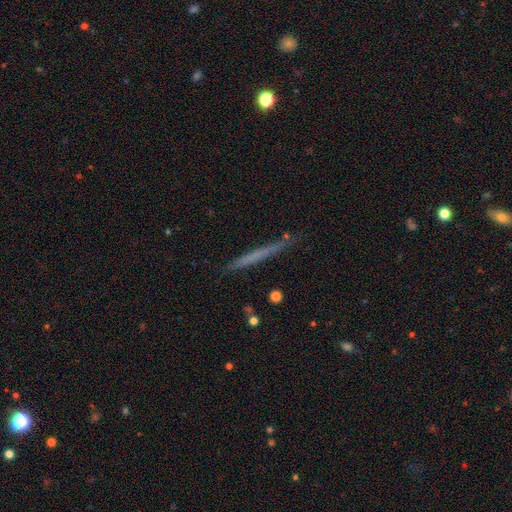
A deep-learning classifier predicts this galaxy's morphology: A smooth galaxy with no disk features (52%) that is cigar-shaped (97%).

Vote fractions:
- Smooth or featured? smooth: 52% / featured or disk: 42% / star or artifact: 7%
- How rounded? cigar-shaped: 97% / in between: 2% / round: 1%
- Merging? none: 85% / minor disturbance: 11% / major disturbance: 2% / merger: 2%